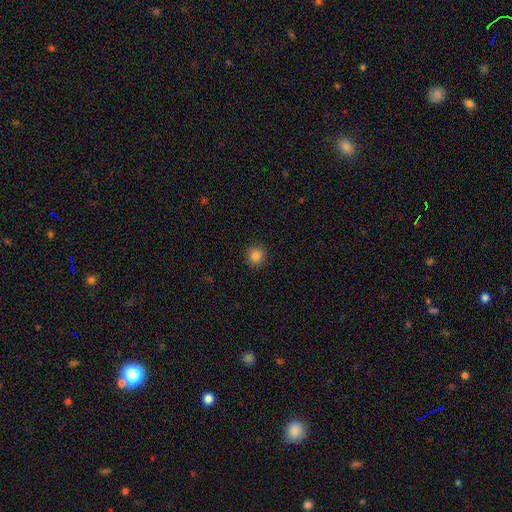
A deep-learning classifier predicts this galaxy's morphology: smooth 85%, star or artifact 11%, featured or disk 4%. Down the decision tree: how rounded — round (93%); merging — none (92%).